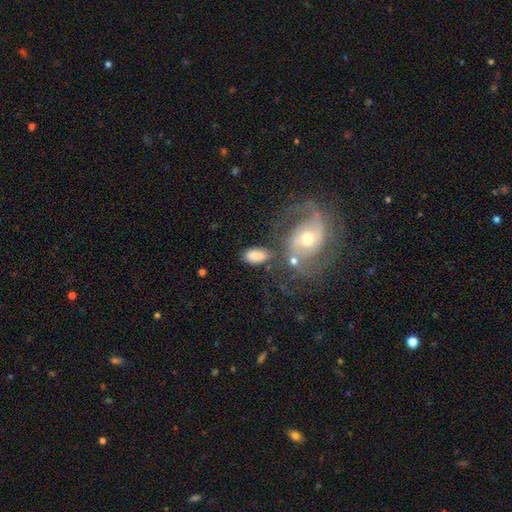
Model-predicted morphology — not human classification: smooth_or_featured: smooth (p=0.72) [alt: featured or disk p=0.20]
how_rounded: in between (p=0.91) [alt: round p=0.06]
merging: none (p=0.57) [alt: minor disturbance p=0.17]